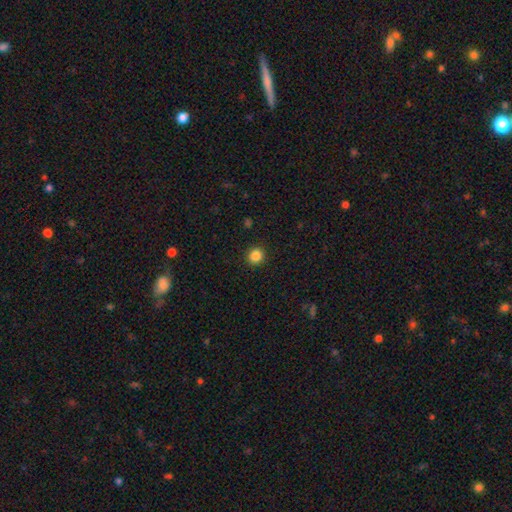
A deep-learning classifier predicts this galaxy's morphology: This appears to be a smooth galaxy with no disk features (86%) that is round (89%). Merging: none (92%).